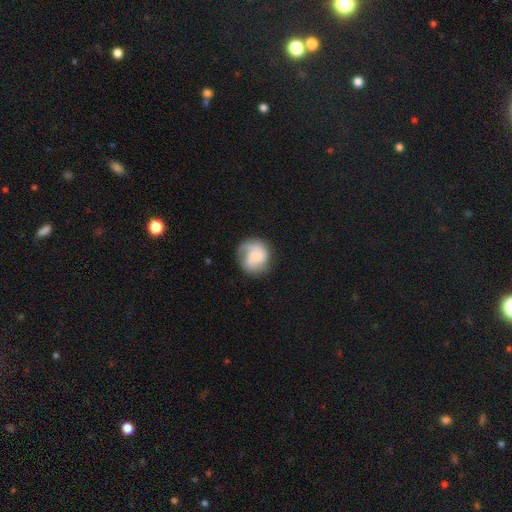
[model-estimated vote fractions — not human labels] Q: Smooth or featured?
A: featured or disk (55%); runner-up: smooth (38%)
Q: Edge-on disk?
A: no (98%); runner-up: yes (2%)
Q: Bar?
A: no (70%); runner-up: weak (26%)
Q: Spiral arms?
A: yes (89%); runner-up: no (11%)
Q: Bulge size?
A: small (47%); runner-up: moderate (27%)
Q: Merging?
A: none (64%); runner-up: minor disturbance (21%)